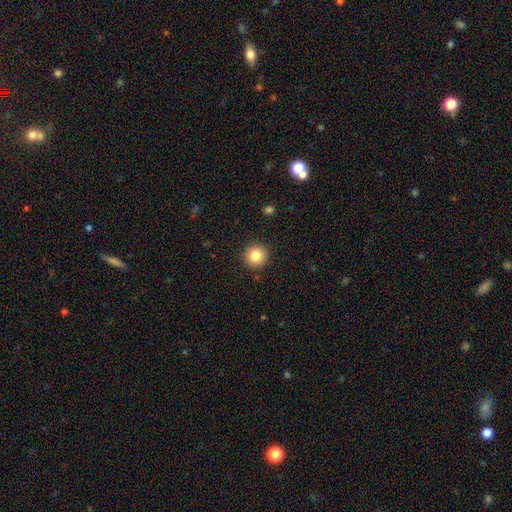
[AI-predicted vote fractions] This is clearly a smooth galaxy (84%). How rounded: clearly round (95%). Merging: clearly none (92%).